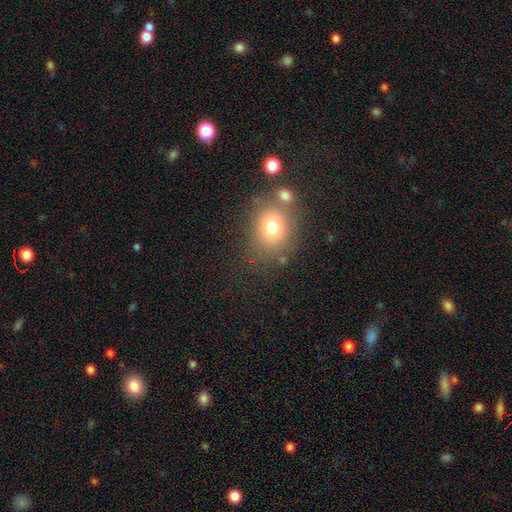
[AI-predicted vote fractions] Q: Smooth or featured?
A: smooth (67%); runner-up: star or artifact (22%)
Q: How rounded?
A: round (68%); runner-up: in between (31%)
Q: Merging?
A: none (72%); runner-up: minor disturbance (13%)